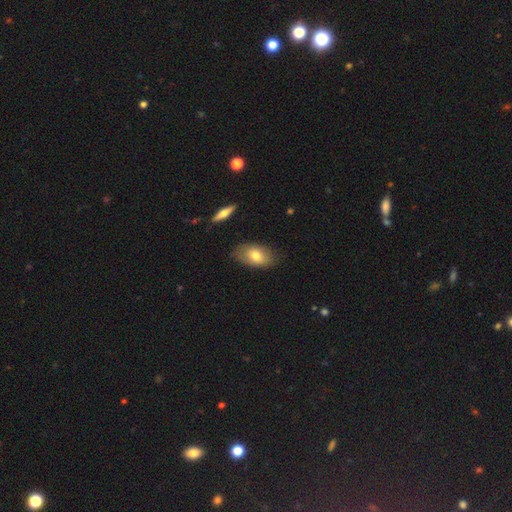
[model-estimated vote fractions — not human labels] smooth_or_featured: smooth (p=0.68) [alt: featured or disk p=0.26]
how_rounded: in between (p=0.91) [alt: round p=0.07]
merging: none (p=0.75) [alt: minor disturbance p=0.19]